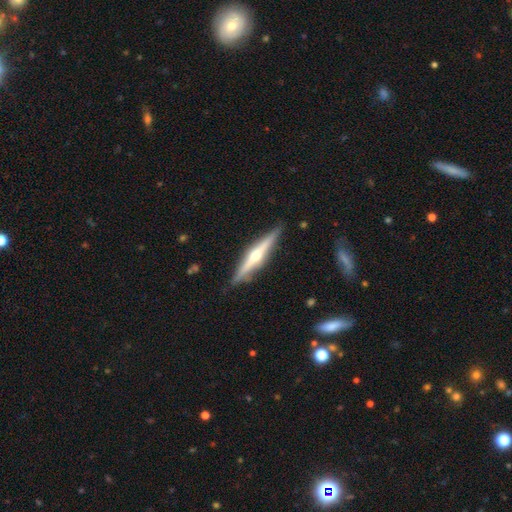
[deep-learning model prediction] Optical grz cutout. It shows a featured or disk galaxy (75%) viewed edge-on (97%) with a rounded central bulge (92%). Merging: none (88%).